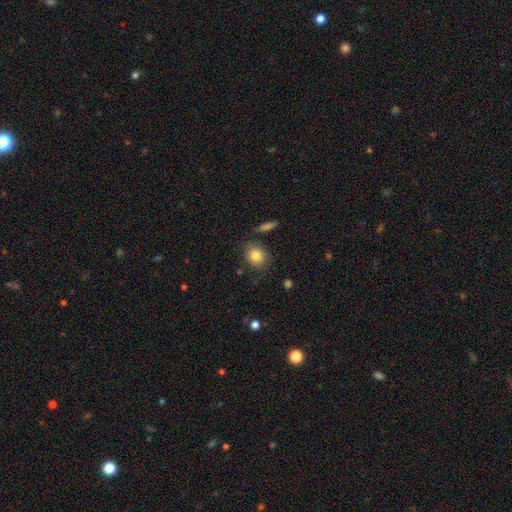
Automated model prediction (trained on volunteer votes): The model was most divided on "how rounded": round: 61%, in between: 38%, cigar-shaped: 1%. More confident: smooth or featured — smooth (81%); merging — none (80%).